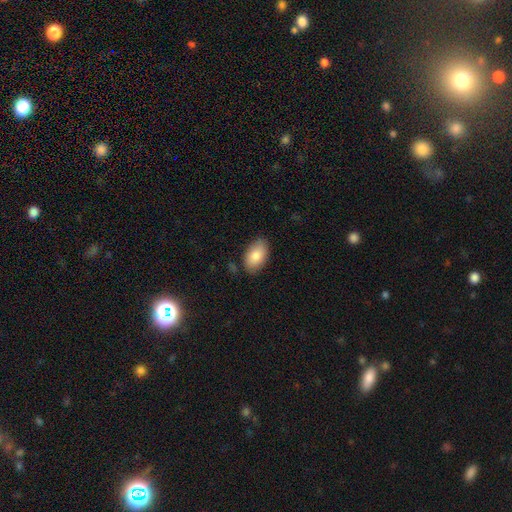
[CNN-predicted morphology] A smooth galaxy with no disk features (85%) that is in between round and cigar-shaped (94%).

Vote fractions:
- Smooth or featured? smooth: 85% / featured or disk: 9% / star or artifact: 6%
- How rounded? in between: 94% / round: 5% / cigar-shaped: 2%
- Merging? none: 82% / minor disturbance: 13% / major disturbance: 3% / merger: 2%